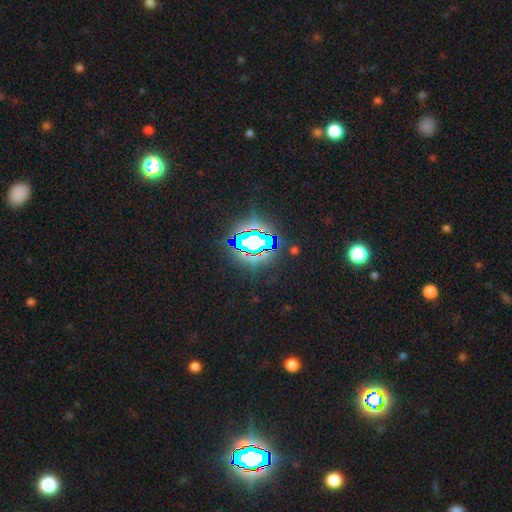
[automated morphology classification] Smooth or featured? Predicted: star or artifact (p=0.75).